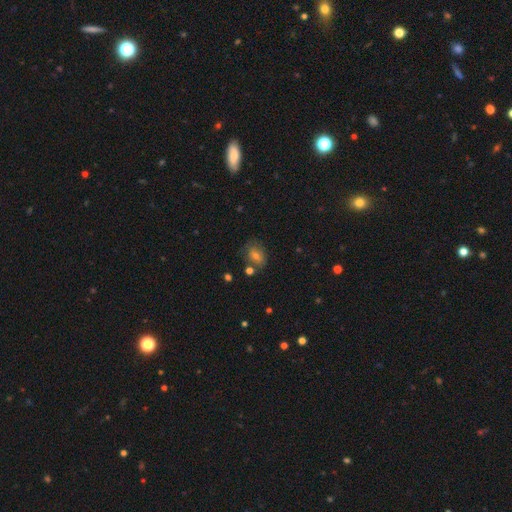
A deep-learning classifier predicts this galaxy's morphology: Smooth or featured? Predicted: smooth (p=0.59). How rounded? Predicted: in between (p=0.68). Merging? Predicted: none (p=0.71).